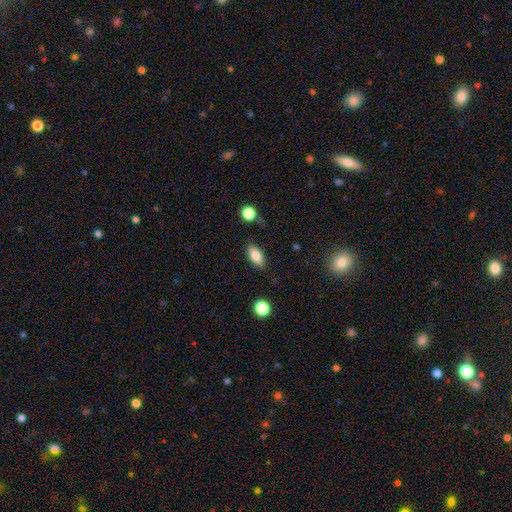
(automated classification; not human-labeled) The model was most divided on "merging": none: 82%, minor disturbance: 13%, major disturbance: 4%, merger: 2%. More confident: how rounded — in between (88%); smooth or featured — smooth (84%).